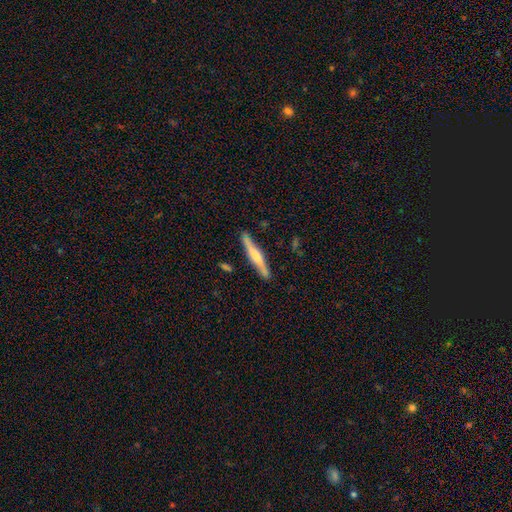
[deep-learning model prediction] featured or disk 51%, smooth 43%, star or artifact 6%. Down the decision tree: edge-on disk — yes (95%); merging — none (86%).